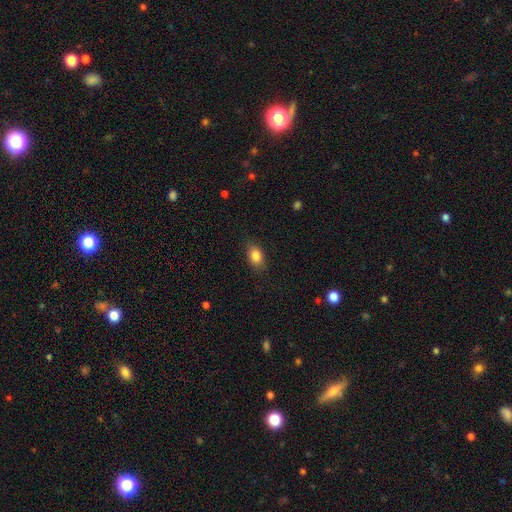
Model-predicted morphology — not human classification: Smooth or featured?
  - smooth: 84% *
  - star or artifact: 9%
  - featured or disk: 7%
How rounded?
  - in between: 80% *
  - round: 18%
  - cigar-shaped: 2%
Merging?
  - none: 84% *
  - minor disturbance: 12%
  - major disturbance: 3%
  - merger: 1%